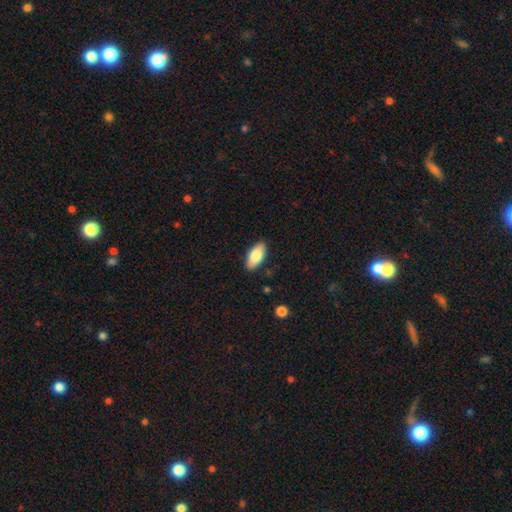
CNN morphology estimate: A smooth galaxy with no disk features (82%) that is in between round and cigar-shaped (88%).

Vote fractions:
- Smooth or featured? smooth: 82% / featured or disk: 12% / star or artifact: 6%
- How rounded? in between: 88% / cigar-shaped: 9% / round: 2%
- Merging? none: 87% / minor disturbance: 9% / major disturbance: 2% / merger: 1%